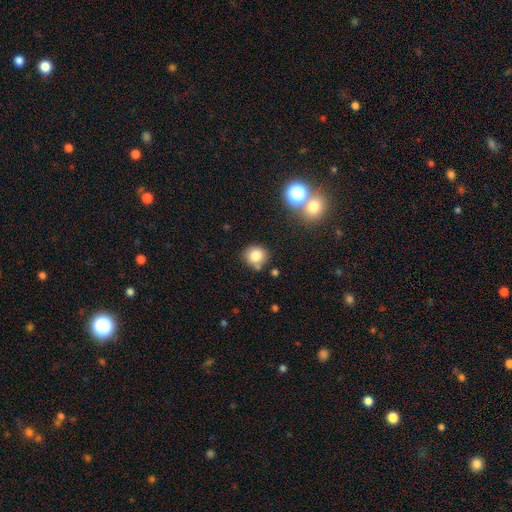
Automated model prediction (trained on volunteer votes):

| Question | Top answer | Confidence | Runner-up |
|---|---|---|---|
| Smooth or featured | smooth | 82% | star or artifact (11%) |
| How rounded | round | 88% | in between (11%) |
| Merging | none | 74% | minor disturbance (14%) |